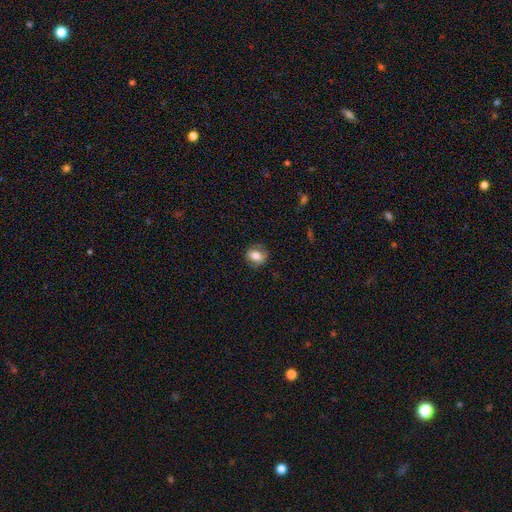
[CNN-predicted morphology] Smooth or featured? Predicted: smooth (p=0.67). How rounded? Predicted: round (p=0.54). Merging? Predicted: none (p=0.79).